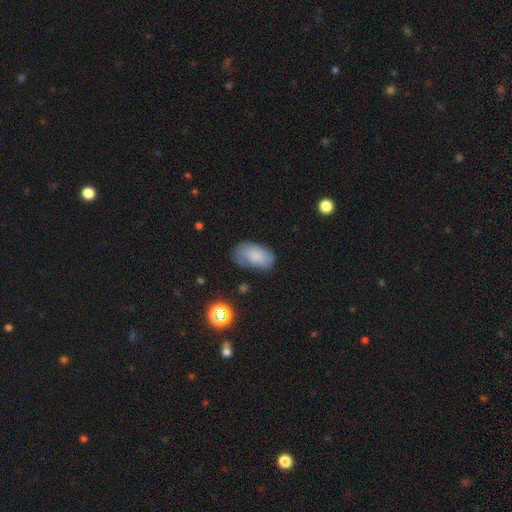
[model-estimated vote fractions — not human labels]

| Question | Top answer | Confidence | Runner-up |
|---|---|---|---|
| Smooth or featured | smooth | 74% | featured or disk (17%) |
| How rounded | in between | 93% | round (6%) |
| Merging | none | 60% | minor disturbance (28%) |